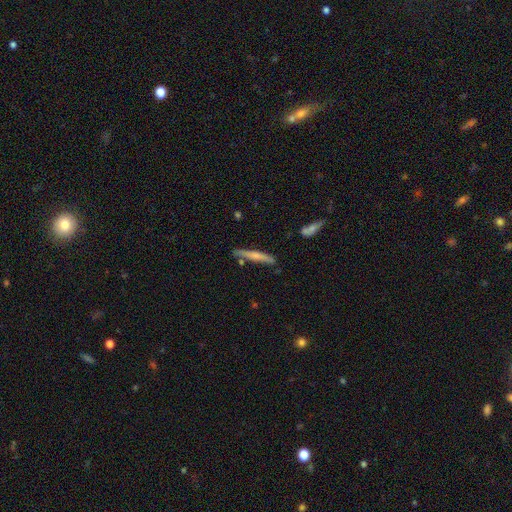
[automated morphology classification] Smooth or featured: smooth — 53% (featured or disk — 42%)
How rounded: cigar-shaped — 94% (in between — 4%)
Merging: none — 80% (minor disturbance — 13%)